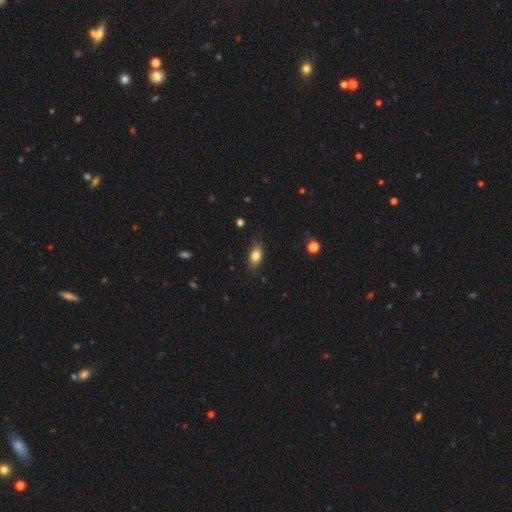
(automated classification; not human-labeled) This appears to be a smooth galaxy with no disk features (78%) that is in between round and cigar-shaped (85%). Merging: none (76%).